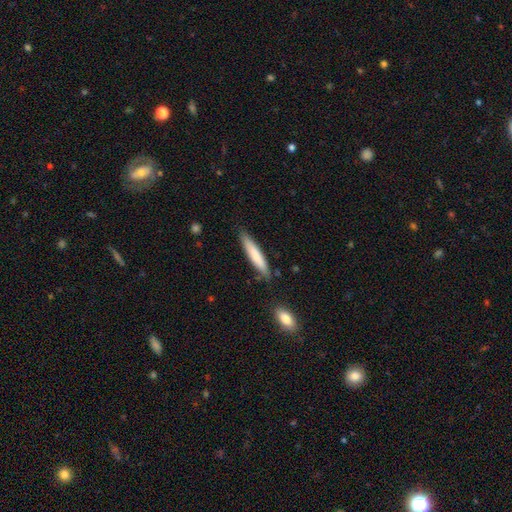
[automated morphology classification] Smooth or featured?
  - smooth: 75% *
  - featured or disk: 20%
  - star or artifact: 5%
How rounded?
  - cigar-shaped: 90% *
  - in between: 9%
  - round: 1%
Merging?
  - none: 83% *
  - minor disturbance: 13%
  - merger: 2%
  - major disturbance: 2%